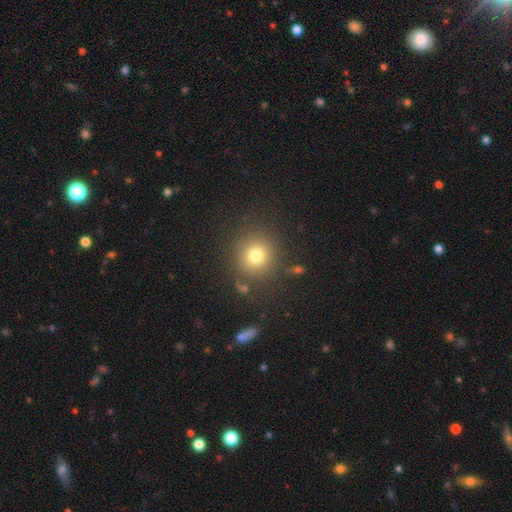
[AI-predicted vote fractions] Smooth or featured? smooth (76%)
How rounded? round (89%)
Merging? none (85%)